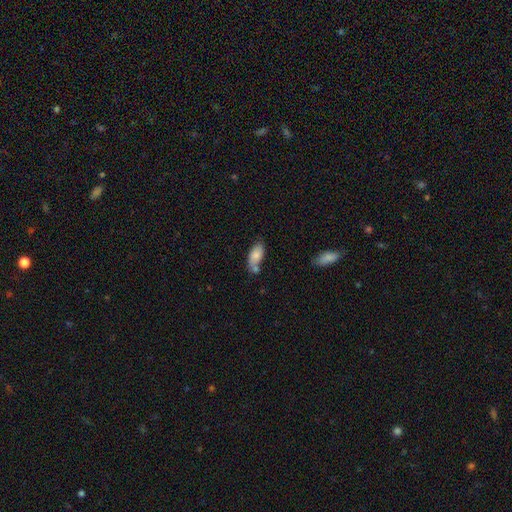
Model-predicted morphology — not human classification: The model was most divided on "merging": none: 53%, merger: 22%, minor disturbance: 20%, major disturbance: 5%. More confident: how rounded — in between (89%); smooth or featured — smooth (80%).